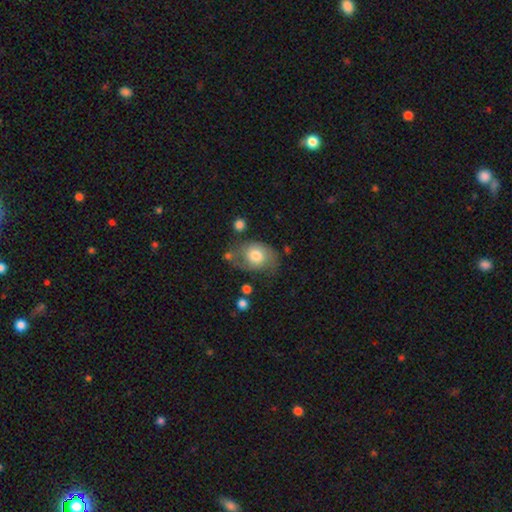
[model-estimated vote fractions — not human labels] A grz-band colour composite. It shows a smooth galaxy with no disk features (64%) that is in between round and cigar-shaped (57%). Merging: none (45%).